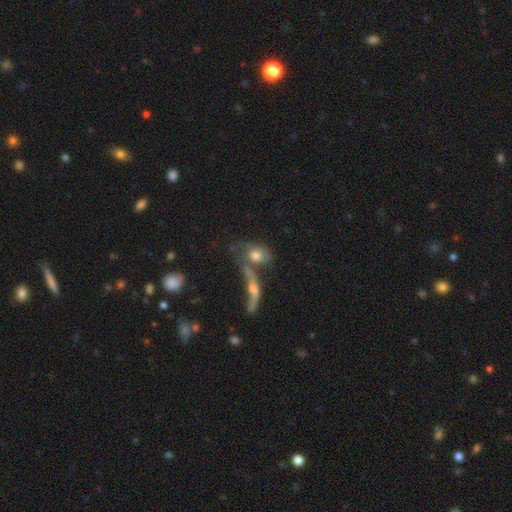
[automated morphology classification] Smooth or featured? smooth (58%)
How rounded? in between (69%)
Merging? merger (52%)